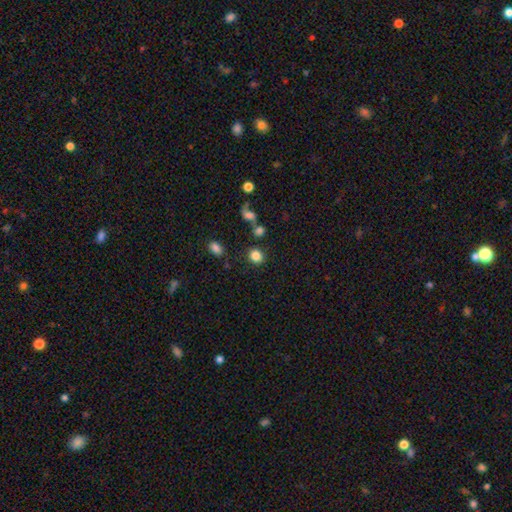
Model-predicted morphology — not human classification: A smooth galaxy with no disk features (85%) that is round (70%).

Vote fractions:
- Smooth or featured? smooth: 85% / star or artifact: 10% / featured or disk: 5%
- How rounded? round: 70% / in between: 29% / cigar-shaped: 1%
- Merging? none: 80% / minor disturbance: 9% / merger: 7% / major disturbance: 4%